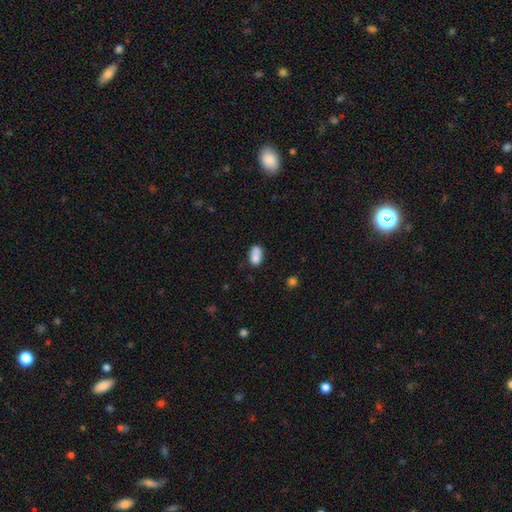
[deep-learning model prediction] A smooth galaxy with no disk features (82%) that is in between round and cigar-shaped (88%). Merging: none (55%).